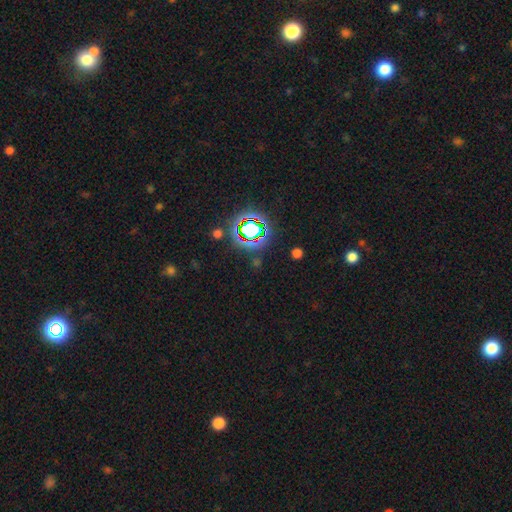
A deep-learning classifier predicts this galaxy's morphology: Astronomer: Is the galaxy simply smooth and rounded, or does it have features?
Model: star or artifact — 76%.